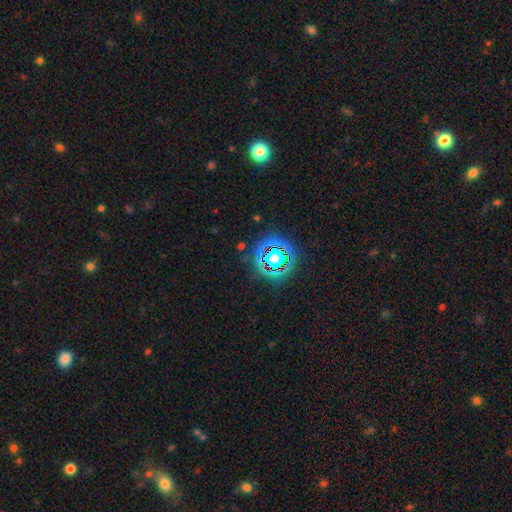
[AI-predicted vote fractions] The model was most divided on "smooth or featured": star or artifact: 75%, smooth: 16%, featured or disk: 8%.